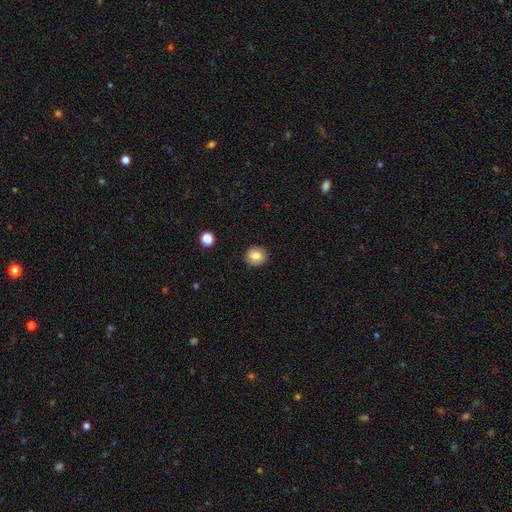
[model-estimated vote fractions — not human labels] This is clearly a smooth galaxy (82%). How rounded: likely round (78%). Merging: clearly none (88%).